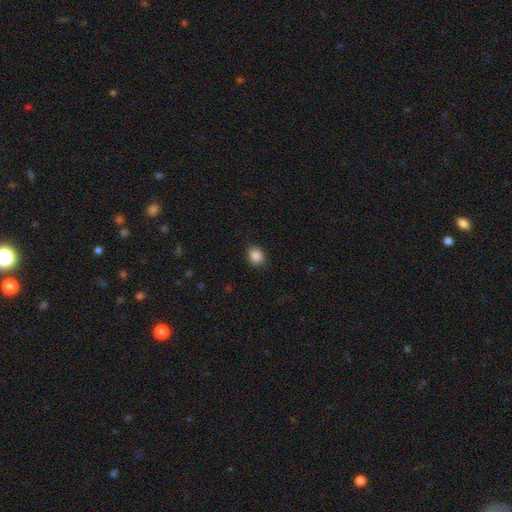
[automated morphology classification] Smooth or featured?
  - smooth: 87% *
  - star or artifact: 9%
  - featured or disk: 4%
How rounded?
  - in between: 50% *
  - round: 49%
  - cigar-shaped: 1%
Merging?
  - none: 84% *
  - minor disturbance: 12%
  - major disturbance: 3%
  - merger: 1%